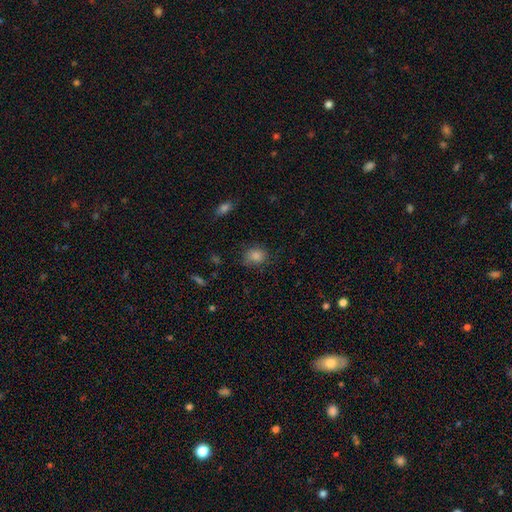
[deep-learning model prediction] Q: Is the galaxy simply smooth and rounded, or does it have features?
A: smooth — 78%.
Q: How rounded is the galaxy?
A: round — 61%.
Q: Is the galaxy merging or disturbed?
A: none — 71%.